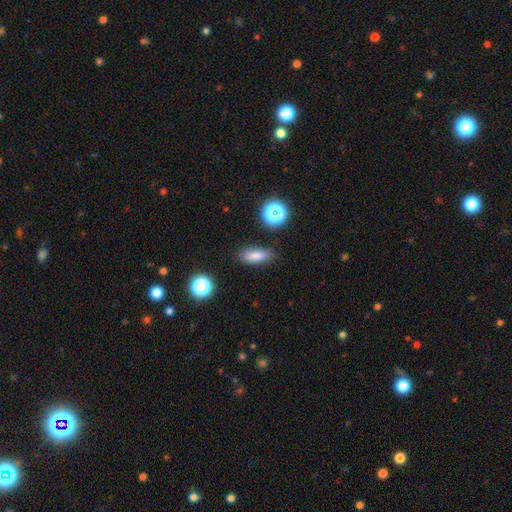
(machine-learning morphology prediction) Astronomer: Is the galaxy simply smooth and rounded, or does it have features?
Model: smooth — 80%.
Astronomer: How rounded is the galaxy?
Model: in between — 68%.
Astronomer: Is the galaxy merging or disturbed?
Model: none — 84%.